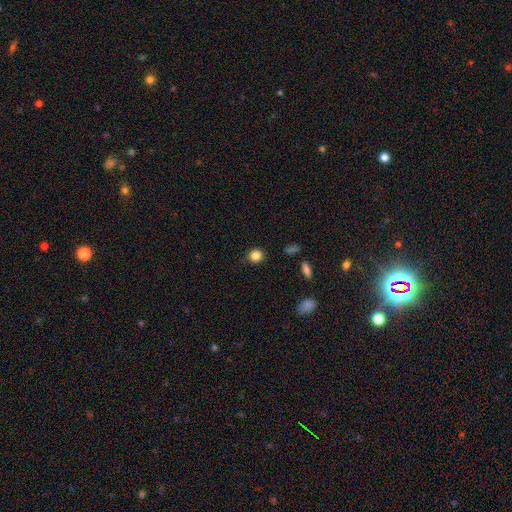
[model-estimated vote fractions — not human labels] Smooth or featured?
  - smooth: 85% *
  - star or artifact: 11%
  - featured or disk: 5%
How rounded?
  - round: 78% *
  - in between: 21%
  - cigar-shaped: 1%
Merging?
  - none: 87% *
  - minor disturbance: 9%
  - major disturbance: 2%
  - merger: 1%